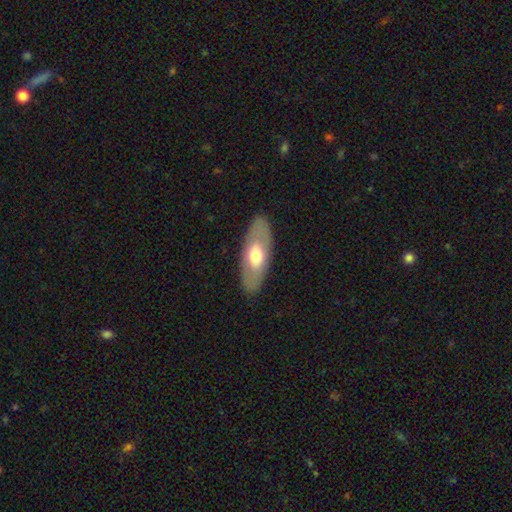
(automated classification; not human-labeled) smooth_or_featured: smooth (p=0.55) [alt: featured or disk p=0.39]
how_rounded: in between (p=0.81) [alt: cigar-shaped p=0.16]
merging: none (p=0.87) [alt: minor disturbance p=0.09]